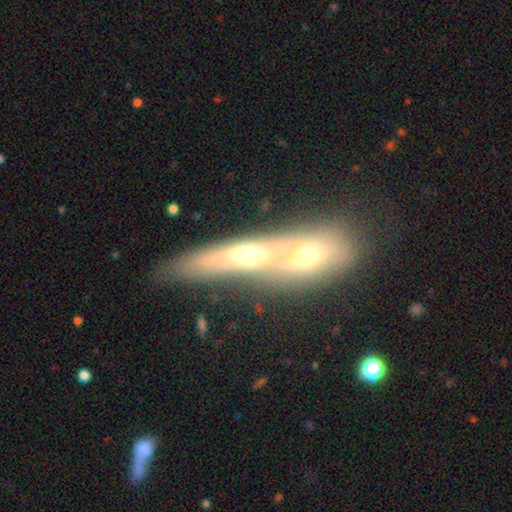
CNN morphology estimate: featured or disk 52%, smooth 40%, star or artifact 8%. Down the decision tree: edge-on disk — yes (59%); merging — merger (53%).